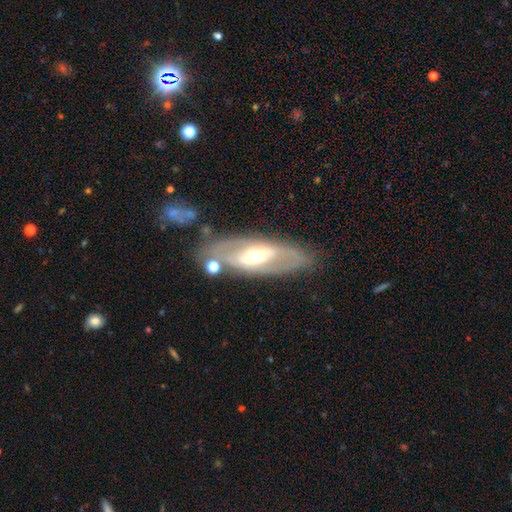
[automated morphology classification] Smooth or featured?
  - featured or disk: 73% *
  - smooth: 21%
  - star or artifact: 6%
Edge-on disk?
  - no: 84% *
  - yes: 16%
Bar?
  - strong: 38% *
  - weak: 33%
  - no: 29%
Spiral arms?
  - yes: 52% *
  - no: 48%
Bulge size?
  - moderate: 68% *
  - small: 19%
  - large: 11%
  - dominant: 1%
  - none: 1%
Merging?
  - none: 77% *
  - minor disturbance: 14%
  - major disturbance: 5%
  - merger: 4%